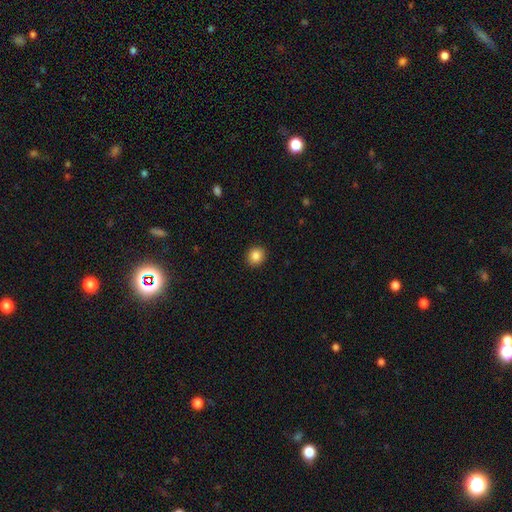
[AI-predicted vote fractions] smooth_or_featured: smooth (p=0.86) [alt: star or artifact p=0.09]
how_rounded: round (p=0.82) [alt: in between p=0.17]
merging: none (p=0.92) [alt: minor disturbance p=0.06]